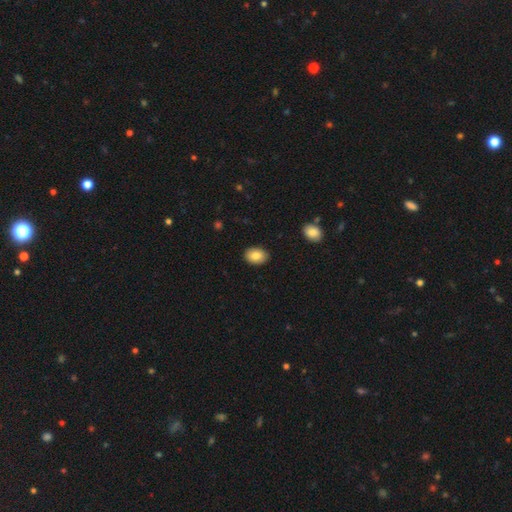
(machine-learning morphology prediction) This appears to be a smooth galaxy with no disk features (85%) that is in between round and cigar-shaped (80%). Merging: none (89%).